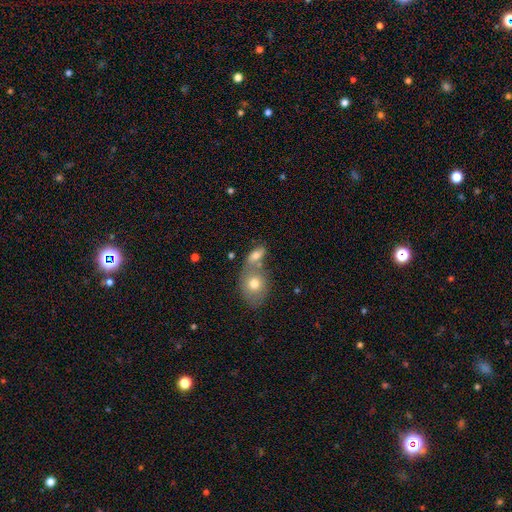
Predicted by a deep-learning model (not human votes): A smooth galaxy with no disk features (71%) that is in between round and cigar-shaped (80%). Merging: merger (53%).